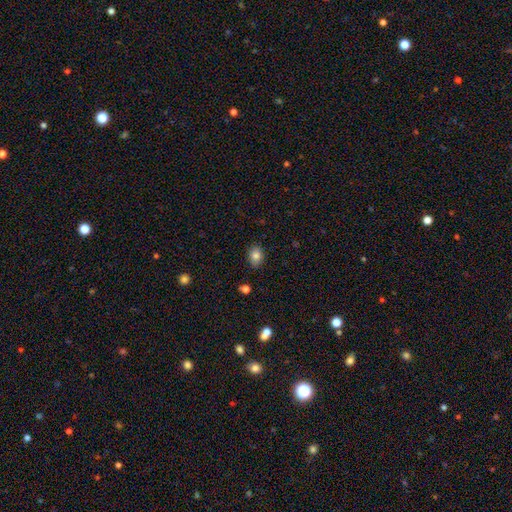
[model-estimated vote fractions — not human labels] Morphology: type=smooth (82%); roundness=in between (65%); merging=none (84%).